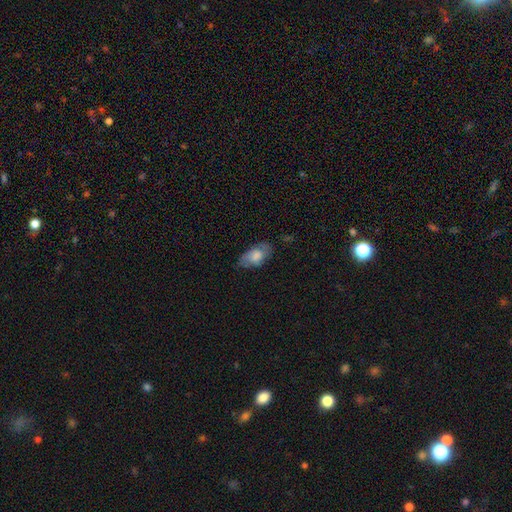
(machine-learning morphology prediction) A smooth galaxy with no disk features (67%) that is in between round and cigar-shaped (91%). Merging: none (61%).